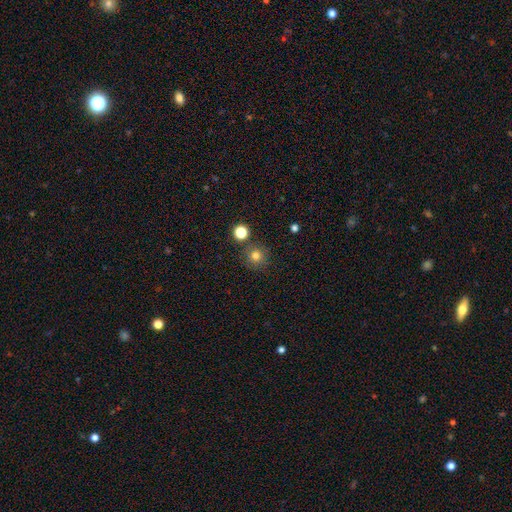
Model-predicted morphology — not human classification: smooth 78%, star or artifact 14%, featured or disk 7%. Down the decision tree: how rounded — round (93%); merging — none (80%).